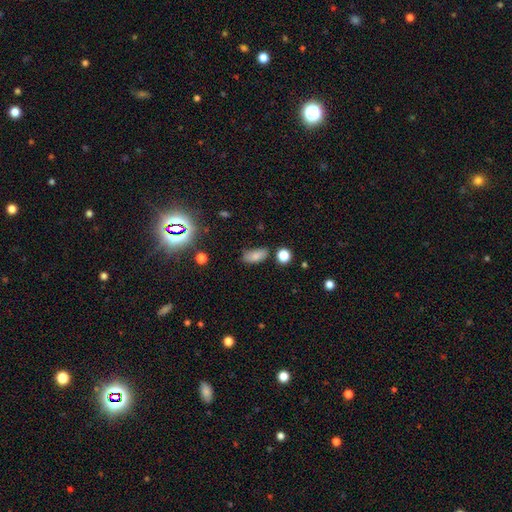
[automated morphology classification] smooth_or_featured: smooth (p=0.79) [alt: star or artifact p=0.12]
how_rounded: in between (p=0.86) [alt: cigar-shaped p=0.09]
merging: none (p=0.59) [alt: minor disturbance p=0.28]